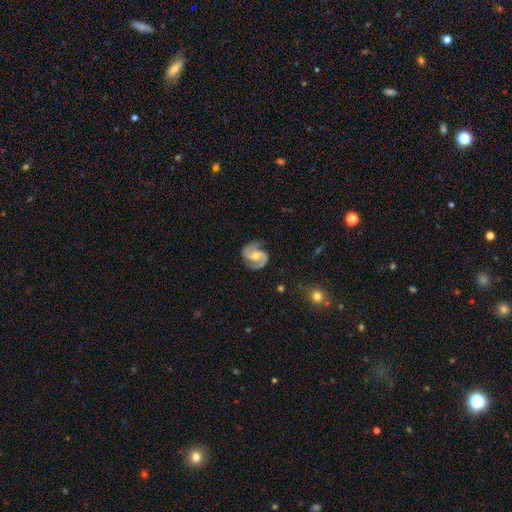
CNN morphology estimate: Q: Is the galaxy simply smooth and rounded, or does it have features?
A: featured or disk — 88%.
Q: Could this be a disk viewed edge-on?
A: no — 98%.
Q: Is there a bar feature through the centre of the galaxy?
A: no — 49%.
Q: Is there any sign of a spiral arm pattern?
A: yes — 98%.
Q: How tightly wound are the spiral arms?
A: medium — 56%.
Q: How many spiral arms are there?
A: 2 — 93%.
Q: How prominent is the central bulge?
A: moderate — 63%.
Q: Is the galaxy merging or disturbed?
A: none — 80%.